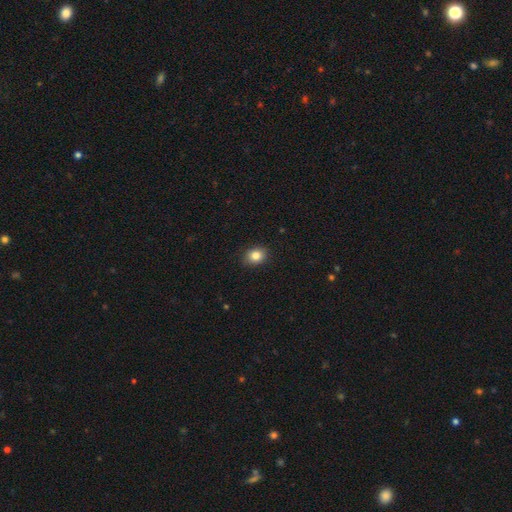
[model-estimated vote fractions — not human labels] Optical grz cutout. It shows a smooth galaxy with no disk features (84%) that is in between round and cigar-shaped (52%). Merging: none (87%).